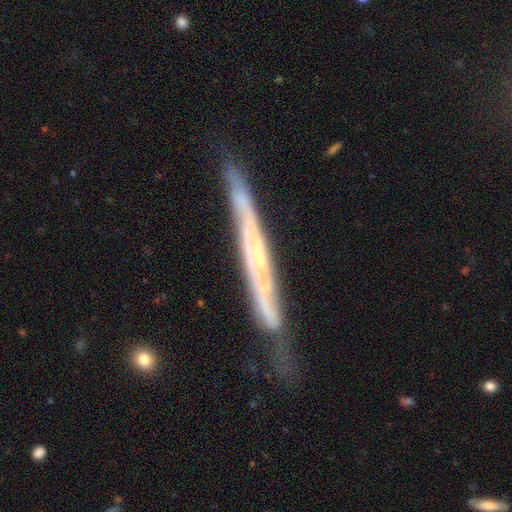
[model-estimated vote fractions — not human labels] This appears to be a featured or disk galaxy (79%) viewed edge-on (80%) with no central bulge (66%). Merging: none (68%).